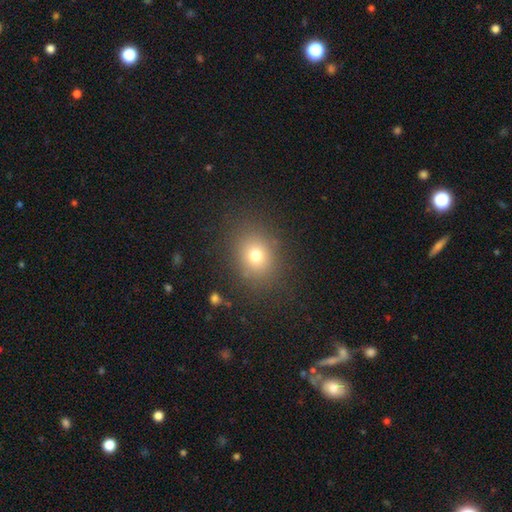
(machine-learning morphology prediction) Smooth or featured: smooth — 74% (star or artifact — 15%)
How rounded: round — 60% (in between — 39%)
Merging: none — 84% (minor disturbance — 10%)